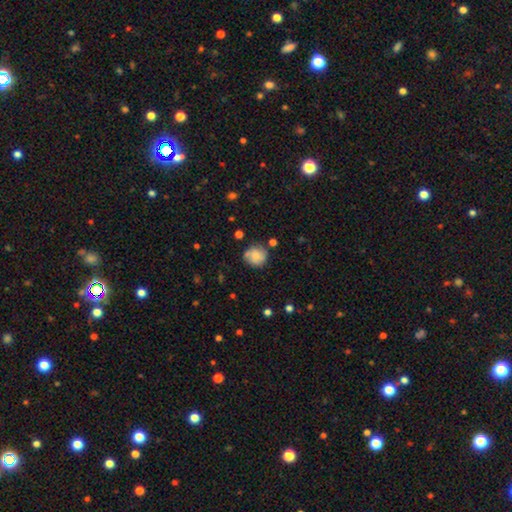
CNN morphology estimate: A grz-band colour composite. It shows a smooth galaxy with no disk features (67%) that is round (89%). Merging: none (72%).